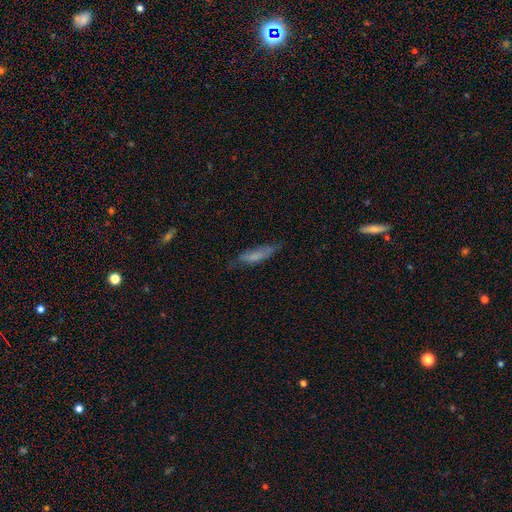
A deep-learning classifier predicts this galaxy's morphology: A smooth galaxy with no disk features (63%) that is cigar-shaped (68%).

Vote fractions:
- Smooth or featured? smooth: 63% / featured or disk: 28% / star or artifact: 9%
- How rounded? cigar-shaped: 68% / in between: 30% / round: 2%
- Merging? none: 56% / minor disturbance: 29% / major disturbance: 12% / merger: 3%